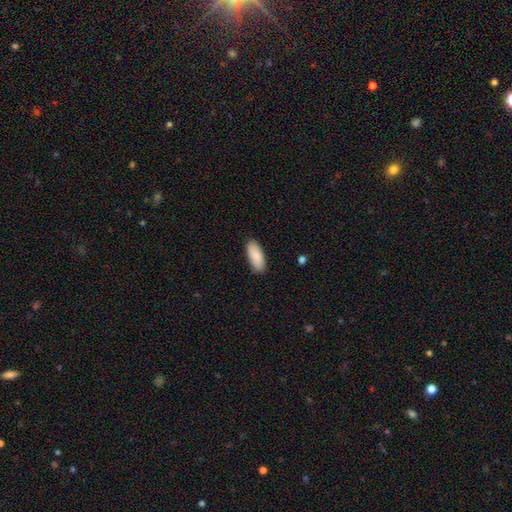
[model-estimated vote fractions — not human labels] smooth-or-featured: smooth: 89% | star or artifact: 6% | featured or disk: 6%
  how-rounded: in between: 82% | cigar-shaped: 16% | round: 2%
  merging: none: 87% | minor disturbance: 10% | major disturbance: 2% | merger: 1%